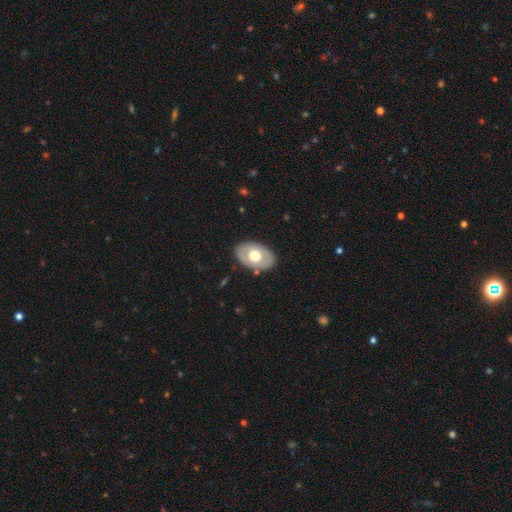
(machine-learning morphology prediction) Smooth or featured? Predicted: smooth (p=0.52). How rounded? Predicted: in between (p=0.82). Merging? Predicted: none (p=0.86).